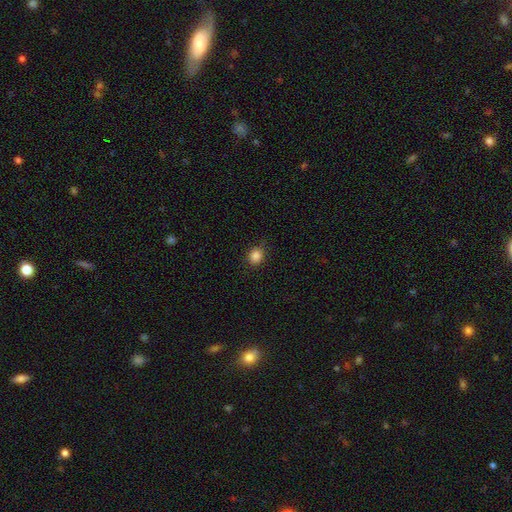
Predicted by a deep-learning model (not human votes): Smooth or featured? smooth (85%)
How rounded? round (66%)
Merging? none (85%)